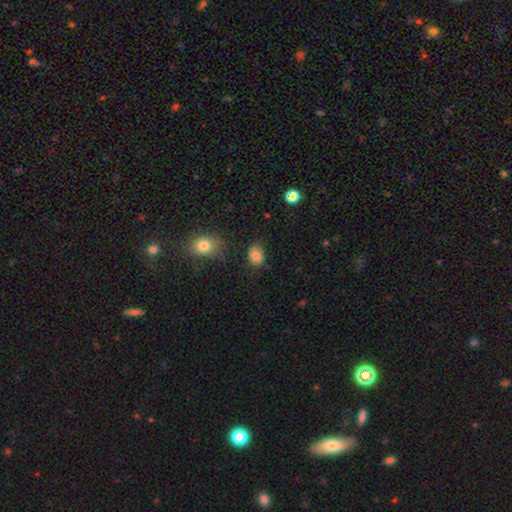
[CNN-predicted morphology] A smooth galaxy with no disk features (83%) that is in between round and cigar-shaped (63%).

Vote fractions:
- Smooth or featured? smooth: 83% / star or artifact: 10% / featured or disk: 7%
- How rounded? in between: 63% / round: 36% / cigar-shaped: 1%
- Merging? none: 74% / minor disturbance: 19% / major disturbance: 4% / merger: 3%